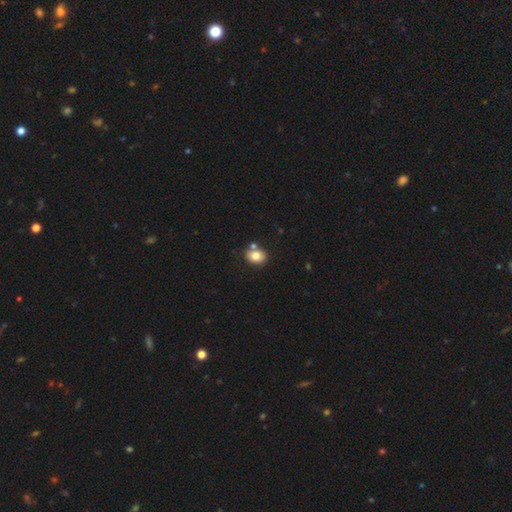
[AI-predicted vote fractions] Smooth or featured: smooth — 79% (featured or disk — 11%)
How rounded: round — 55% (in between — 45%)
Merging: none — 66% (merger — 19%)